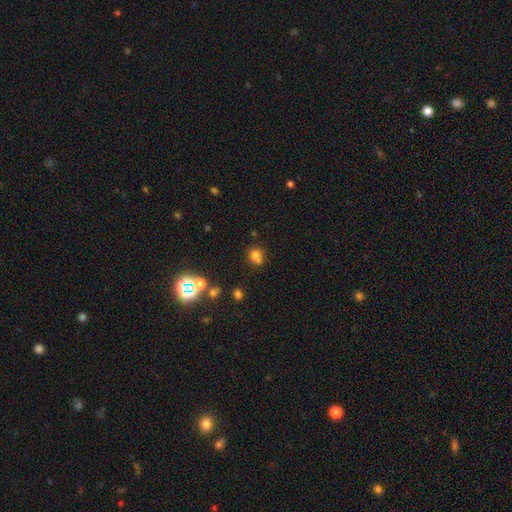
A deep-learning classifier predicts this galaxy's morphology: A smooth galaxy with no disk features (71%) that is round (67%).

Vote fractions:
- Smooth or featured? smooth: 71% / star or artifact: 18% / featured or disk: 10%
- How rounded? round: 67% / in between: 31% / cigar-shaped: 1%
- Merging? none: 52% / merger: 25% / minor disturbance: 16% / major disturbance: 6%